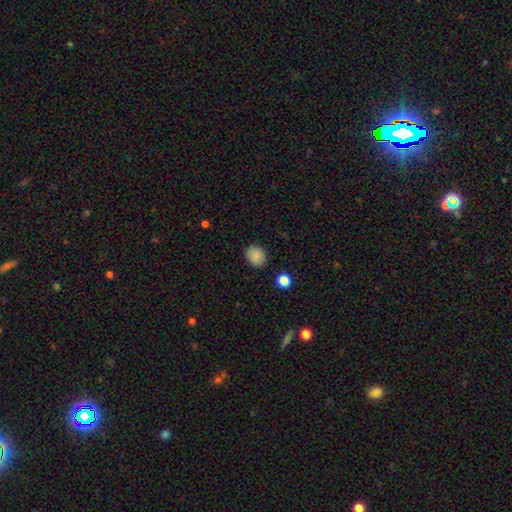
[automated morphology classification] smooth_or_featured: smooth (p=0.87) [alt: star or artifact p=0.09]
how_rounded: round (p=0.64) [alt: in between p=0.35]
merging: none (p=0.87) [alt: minor disturbance p=0.09]